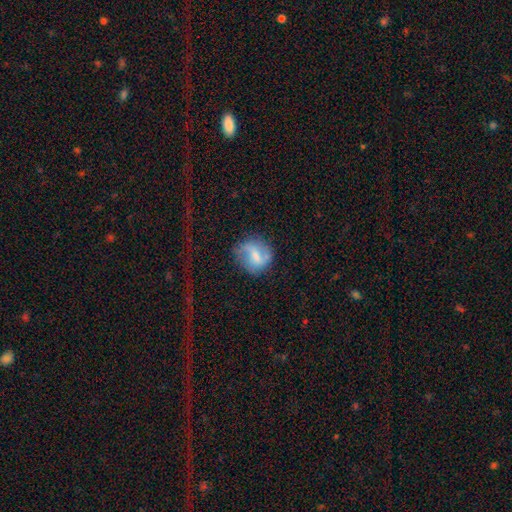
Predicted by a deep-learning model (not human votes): Overall: featured or disk (48%; smooth 43%). Merging: none (61%; minor disturbance 23%).